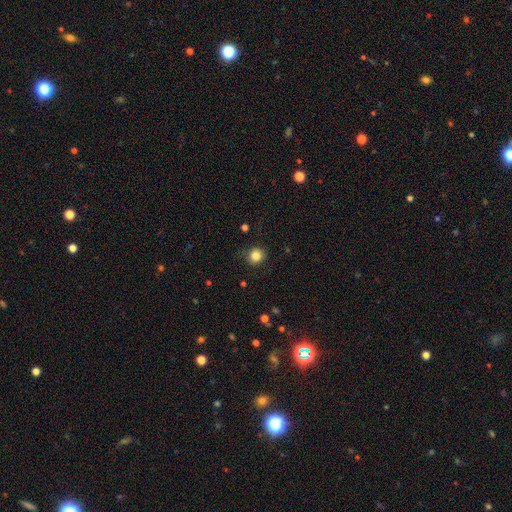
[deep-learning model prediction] Smooth or featured?
  - smooth: 84% *
  - star or artifact: 11%
  - featured or disk: 5%
How rounded?
  - round: 88% *
  - in between: 11%
  - cigar-shaped: 1%
Merging?
  - none: 84% *
  - minor disturbance: 12%
  - major disturbance: 3%
  - merger: 1%